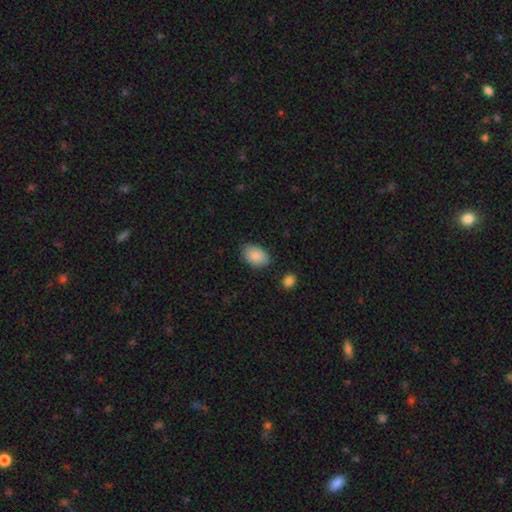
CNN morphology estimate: A smooth galaxy with no disk features (88%) that is in between round and cigar-shaped (88%). Merging: none (80%).